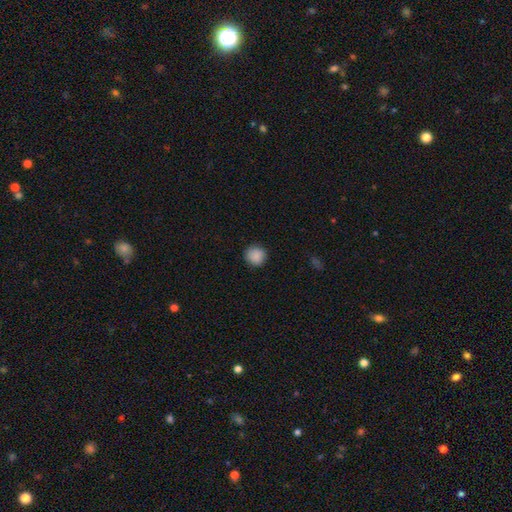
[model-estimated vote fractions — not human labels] smooth_or_featured: smooth (p=0.89) [alt: star or artifact p=0.09]
how_rounded: round (p=0.92) [alt: in between p=0.07]
merging: none (p=0.89) [alt: minor disturbance p=0.08]